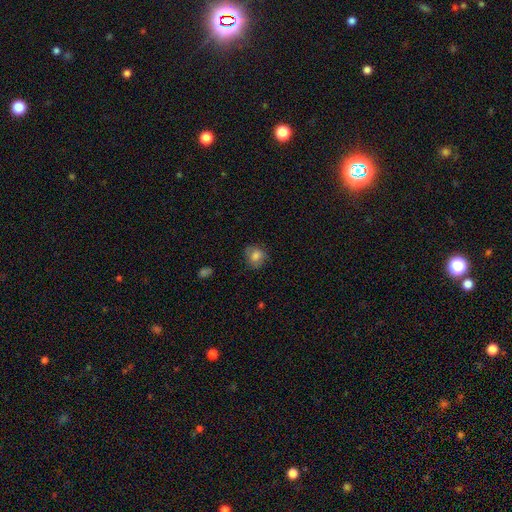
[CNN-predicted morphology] smooth_or_featured: smooth (p=0.80) [alt: featured or disk p=0.10]
how_rounded: round (p=0.78) [alt: in between p=0.21]
merging: none (p=0.75) [alt: minor disturbance p=0.19]